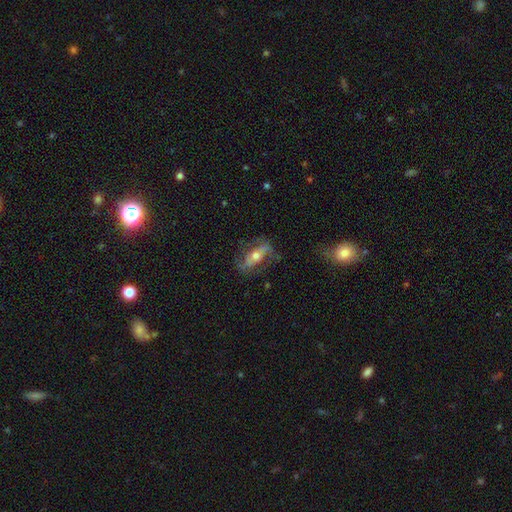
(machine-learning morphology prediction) Smooth or featured?
  - featured or disk: 63% *
  - smooth: 30%
  - star or artifact: 7%
Edge-on disk?
  - no: 79% *
  - yes: 21%
Bar?
  - no: 45% *
  - strong: 31%
  - weak: 24%
Spiral arms?
  - yes: 68% *
  - no: 32%
Bulge size?
  - moderate: 68% *
  - small: 21%
  - large: 8%
  - none: 1%
  - dominant: 1%
Merging?
  - none: 68% *
  - minor disturbance: 19%
  - major disturbance: 12%
  - merger: 2%